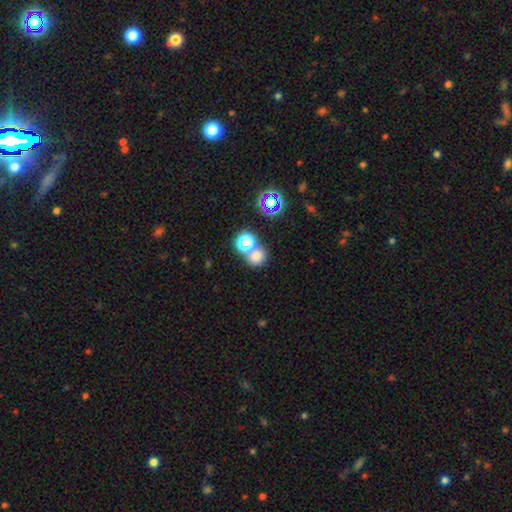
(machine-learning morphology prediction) Smooth or featured: smooth — 72% (star or artifact — 19%)
How rounded: round — 72% (in between — 26%)
Merging: none — 47% (merger — 41%)